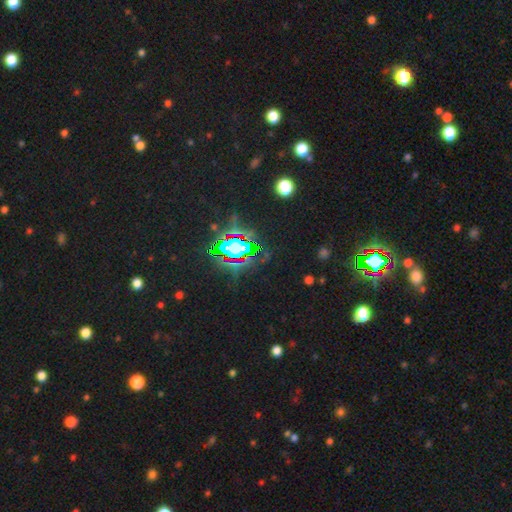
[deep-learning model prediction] Smooth or featured? Predicted: star or artifact (p=0.83).